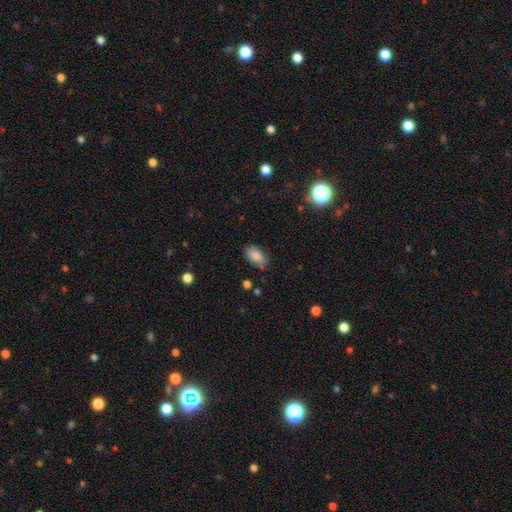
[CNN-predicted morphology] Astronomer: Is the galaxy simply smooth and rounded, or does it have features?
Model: smooth — 86%.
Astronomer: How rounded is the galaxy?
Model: in between — 92%.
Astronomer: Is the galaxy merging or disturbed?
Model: none — 76%.